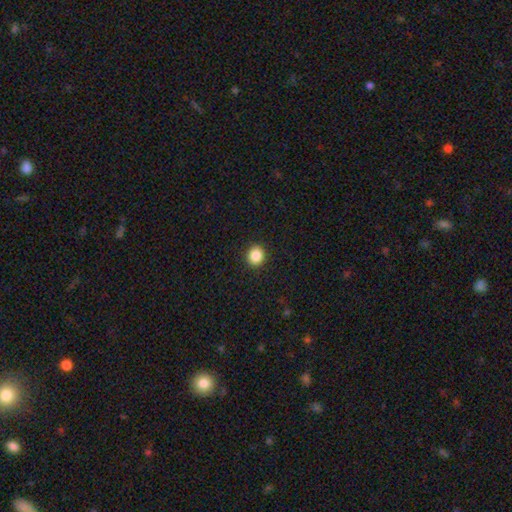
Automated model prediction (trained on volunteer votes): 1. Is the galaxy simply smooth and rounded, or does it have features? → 87% smooth, 10% star or artifact, 4% featured or disk.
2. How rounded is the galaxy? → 82% round, 17% in between, 1% cigar-shaped.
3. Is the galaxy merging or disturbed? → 92% none, 5% minor disturbance, 2% major disturbance, 1% merger.